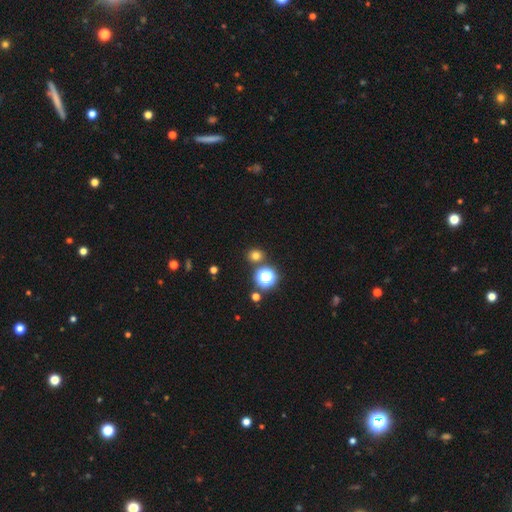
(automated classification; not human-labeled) The model was most divided on "smooth or featured": smooth: 70%, star or artifact: 24%, featured or disk: 6%. More confident: merging — none (83%); how rounded — round (83%).